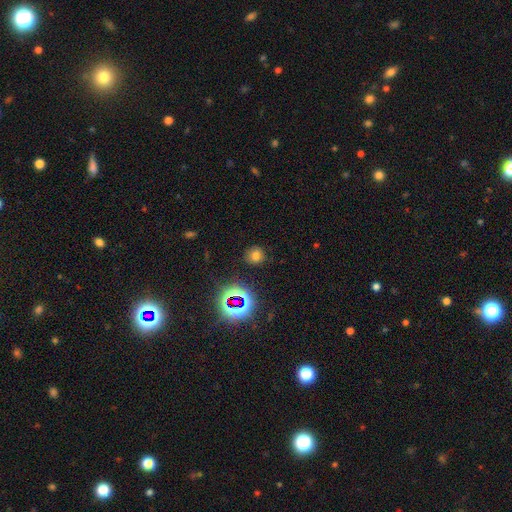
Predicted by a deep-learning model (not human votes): This is likely a smooth galaxy (66%). How rounded: clearly round (87%). Merging: clearly none (86%).